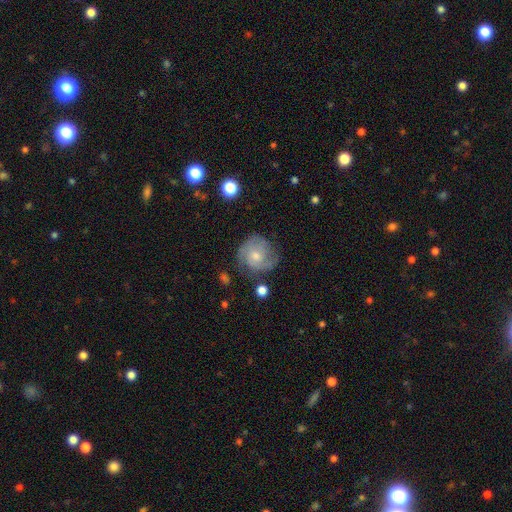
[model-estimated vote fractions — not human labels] Smooth or featured? featured or disk (64%)
Edge-on disk? no (98%)
Bar? no (74%)
Spiral arms? yes (87%)
Spiral winding? tight (50%)
Spiral arm count? 2 (47%)
Bulge size? small (52%)
Merging? none (64%)